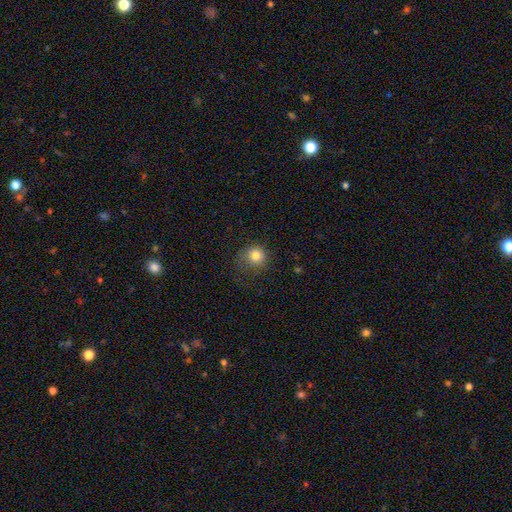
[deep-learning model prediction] This appears to be a smooth galaxy with no disk features (81%) that is round (88%). Merging: none (64%).